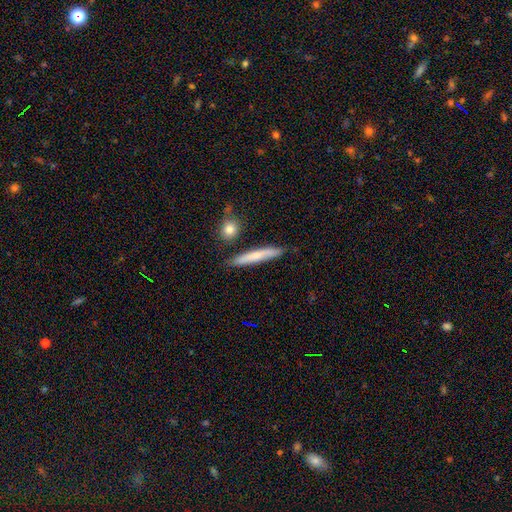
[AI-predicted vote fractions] Smooth or featured: smooth — 67% (featured or disk — 27%)
How rounded: cigar-shaped — 93% (in between — 5%)
Merging: none — 83% (minor disturbance — 11%)